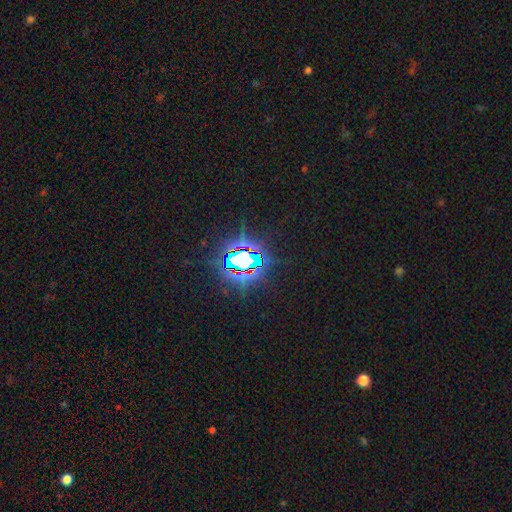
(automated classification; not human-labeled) Morphology: type=star or artifact (83%).